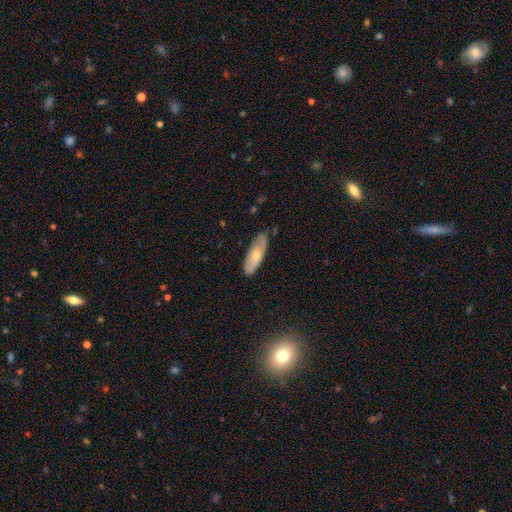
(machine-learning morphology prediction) type=smooth (51%); roundness=in between (60%); merging=none (82%).